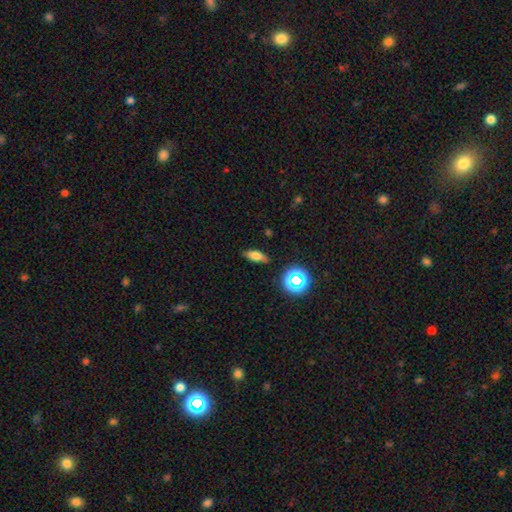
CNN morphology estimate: Smooth or featured? smooth (72%)
How rounded? in between (69%)
Merging? none (85%)